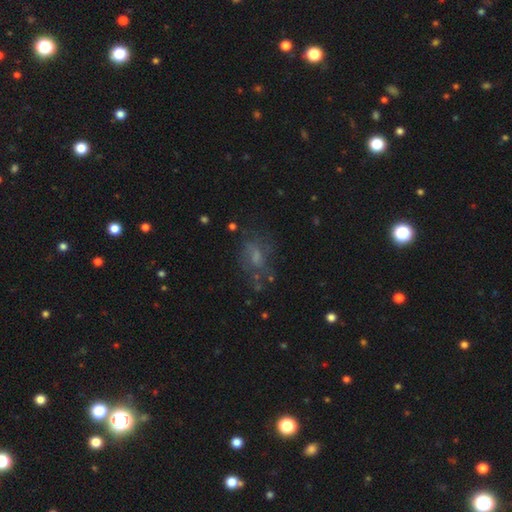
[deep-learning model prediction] Q: Smooth or featured?
A: smooth (43%); runner-up: featured or disk (41%)
Q: Merging?
A: none (52%); runner-up: minor disturbance (23%)